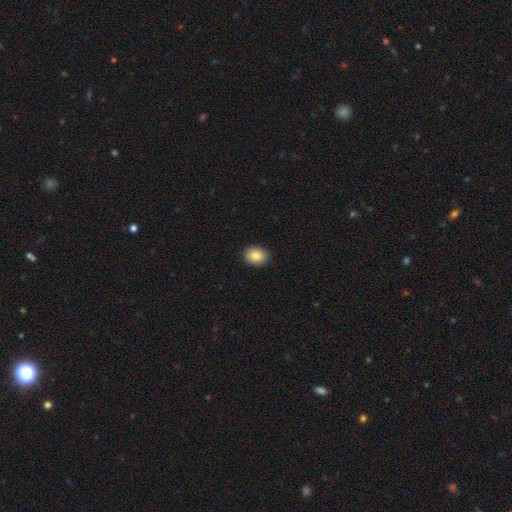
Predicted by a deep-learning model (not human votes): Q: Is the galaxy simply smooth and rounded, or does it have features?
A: smooth — 86%.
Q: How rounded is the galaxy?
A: in between — 52%.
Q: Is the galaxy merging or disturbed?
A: none — 90%.